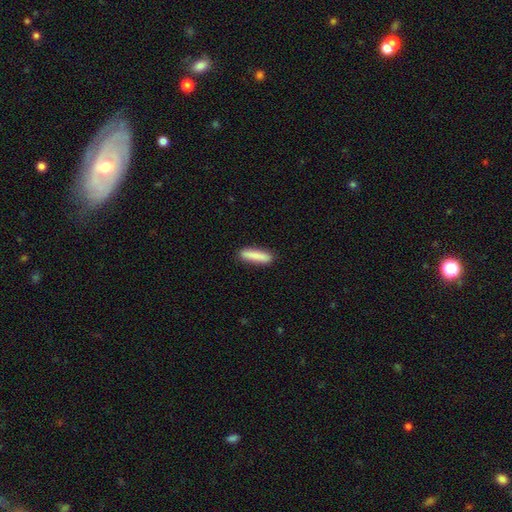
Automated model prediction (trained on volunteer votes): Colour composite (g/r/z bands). It shows a smooth galaxy with no disk features (86%) that is cigar-shaped (80%). Merging: none (89%).